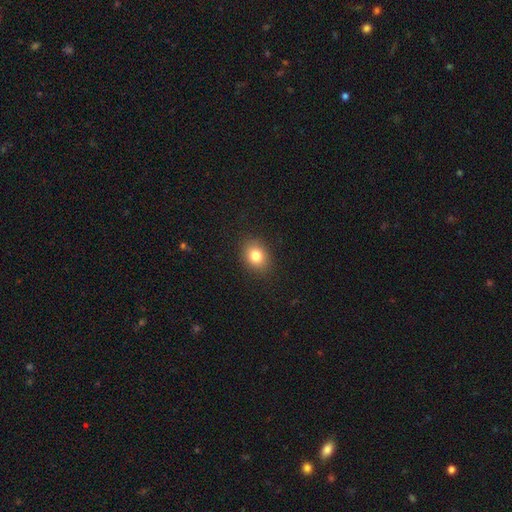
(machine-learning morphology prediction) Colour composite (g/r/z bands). It shows a smooth galaxy with no disk features (82%) that is round (51%). Merging: none (87%).